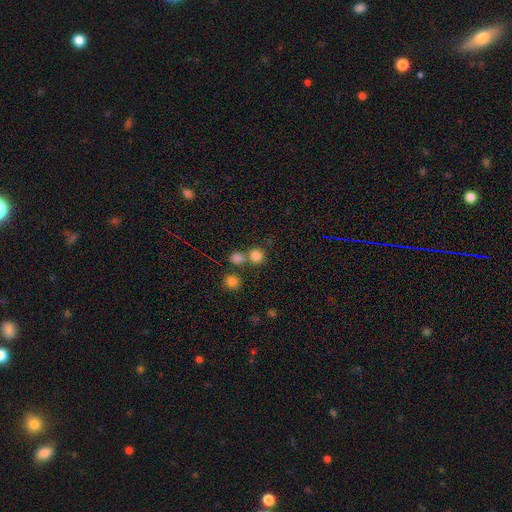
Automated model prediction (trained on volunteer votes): Morphology: type=smooth (80%); roundness=round (88%); merging=none (60%).